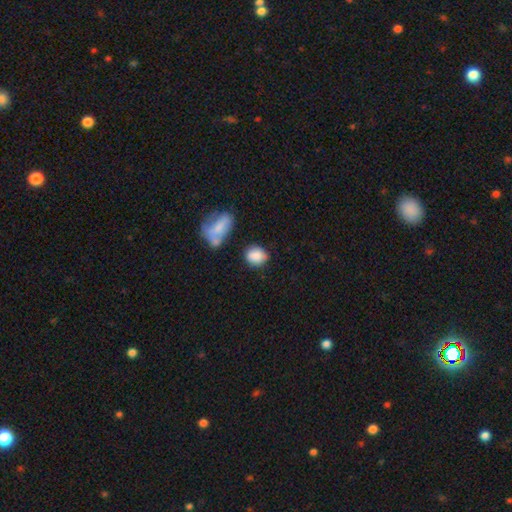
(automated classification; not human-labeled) Smooth or featured? smooth (84%)
How rounded? round (52%)
Merging? none (63%)